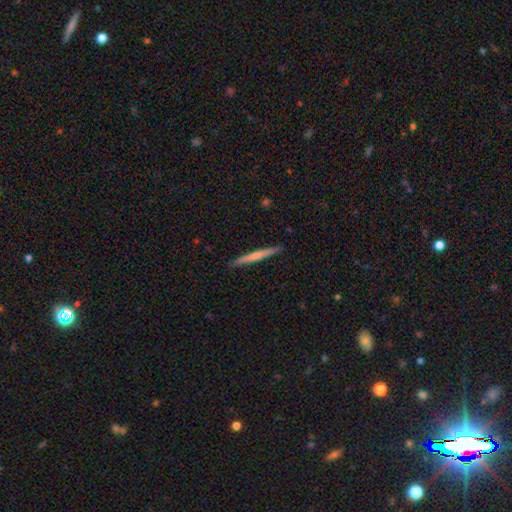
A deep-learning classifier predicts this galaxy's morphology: This appears to be a smooth galaxy with no disk features (52%) that is cigar-shaped (97%). Merging: none (91%).